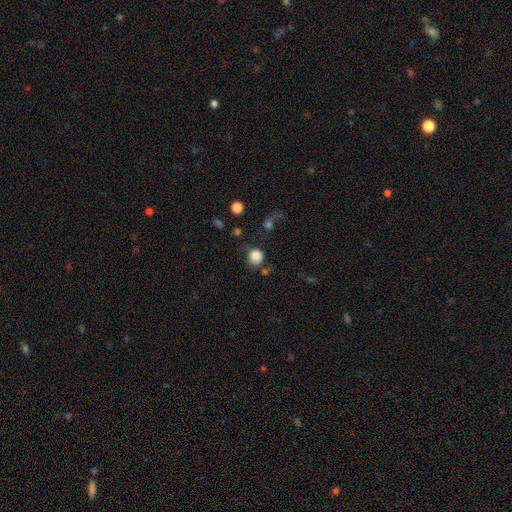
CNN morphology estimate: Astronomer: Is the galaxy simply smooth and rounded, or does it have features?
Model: smooth — 85%.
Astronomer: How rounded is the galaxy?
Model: round — 89%.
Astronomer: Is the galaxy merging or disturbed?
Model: none — 68%.